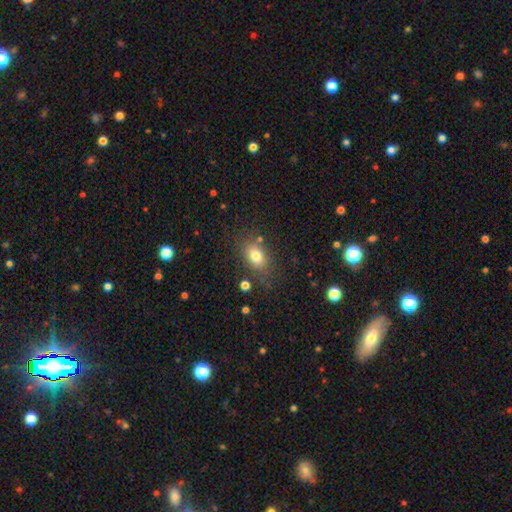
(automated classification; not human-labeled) smooth 77%, star or artifact 11%, featured or disk 11%. Down the decision tree: how rounded — in between (77%); merging — none (76%).